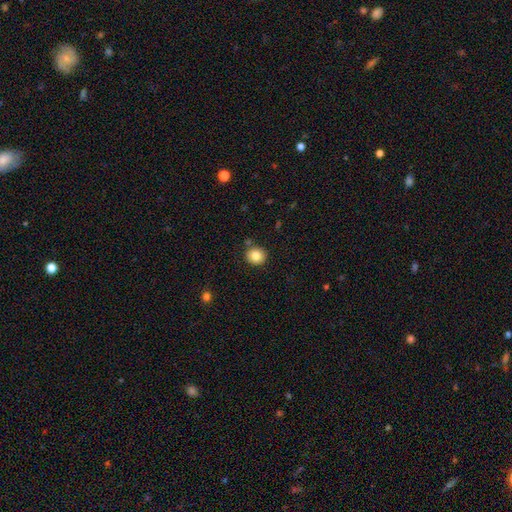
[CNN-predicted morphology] Q: Smooth or featured?
A: smooth (83%); runner-up: star or artifact (10%)
Q: How rounded?
A: round (86%); runner-up: in between (13%)
Q: Merging?
A: none (86%); runner-up: minor disturbance (8%)